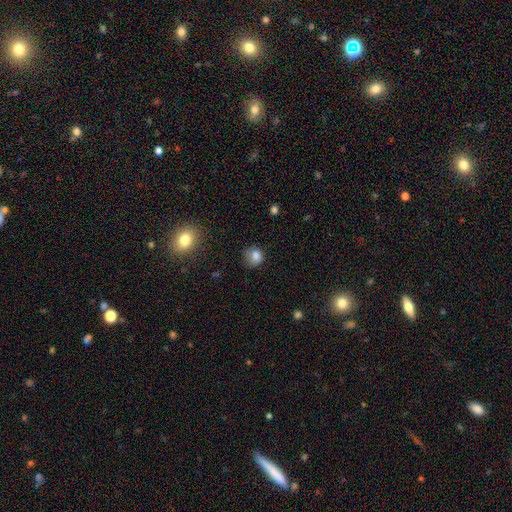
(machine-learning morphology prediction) smooth-or-featured: smooth: 80% | star or artifact: 11% | featured or disk: 8%
  how-rounded: round: 70% | in between: 29% | cigar-shaped: 1%
  merging: none: 56% | minor disturbance: 28% | major disturbance: 13% | merger: 3%